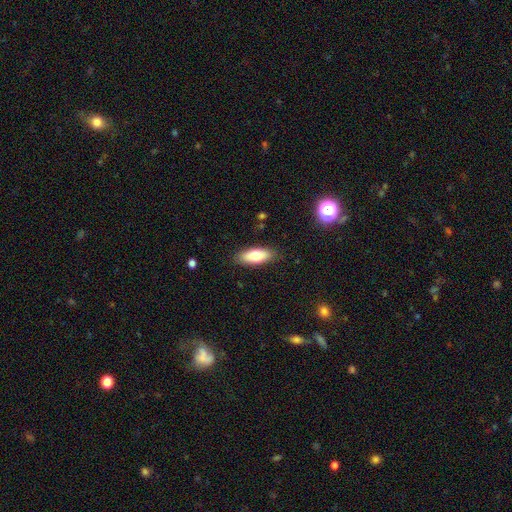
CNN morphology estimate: Smooth or featured?
  - smooth: 77% *
  - featured or disk: 16%
  - star or artifact: 7%
How rounded?
  - in between: 77% *
  - cigar-shaped: 21%
  - round: 2%
Merging?
  - none: 86% *
  - minor disturbance: 10%
  - major disturbance: 2%
  - merger: 1%